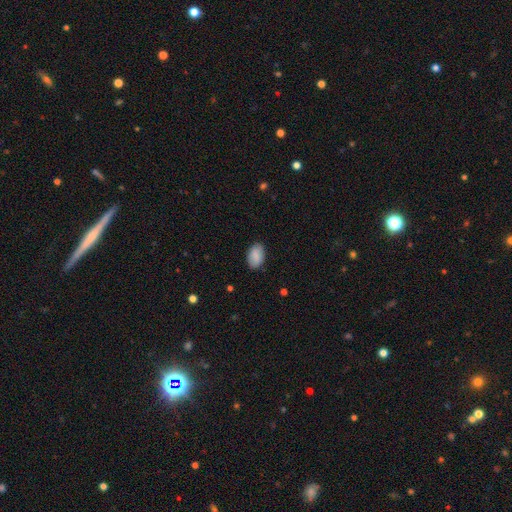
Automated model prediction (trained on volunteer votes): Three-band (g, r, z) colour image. It shows a smooth galaxy with no disk features (87%) that is in between round and cigar-shaped (92%). Merging: none (85%).